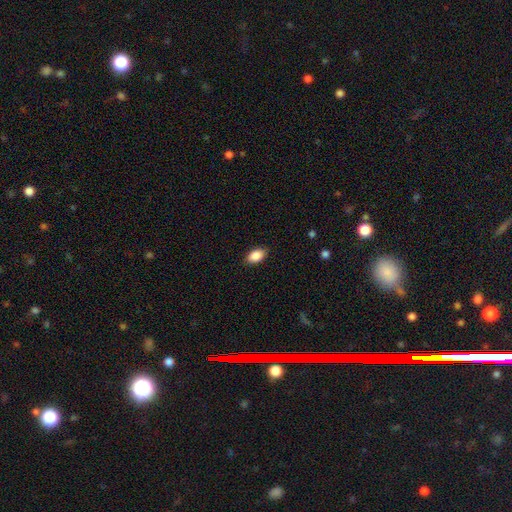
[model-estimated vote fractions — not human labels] smooth-or-featured: smooth: 89% | star or artifact: 7% | featured or disk: 4%
  how-rounded: in between: 92% | round: 6% | cigar-shaped: 2%
  merging: none: 87% | minor disturbance: 10% | major disturbance: 2% | merger: 1%